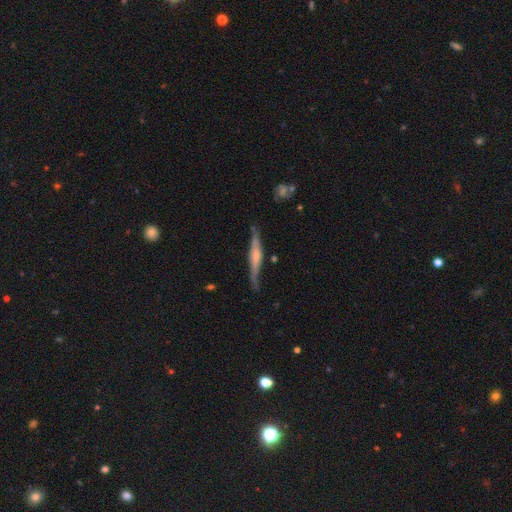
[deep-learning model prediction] smooth_or_featured: featured or disk (p=0.66) [alt: smooth p=0.28]
disk_edge_on: yes (p=0.88) [alt: no p=0.12]
edge_on_bulge: rounded (p=0.52) [alt: boxy p=0.25]
merging: none (p=0.66) [alt: minor disturbance p=0.25]